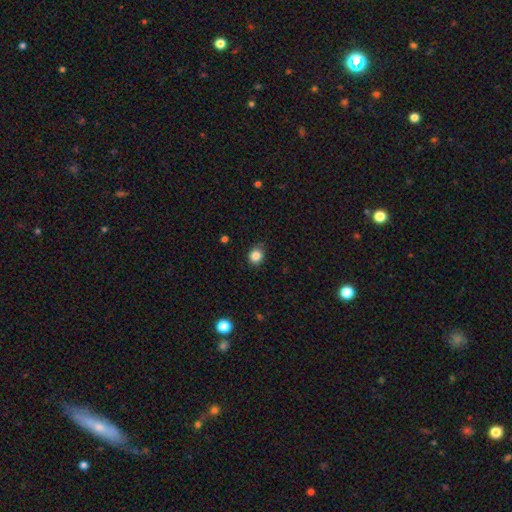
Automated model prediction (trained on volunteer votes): Smooth or featured? Predicted: smooth (p=0.85). How rounded? Predicted: round (p=0.76). Merging? Predicted: none (p=0.80).